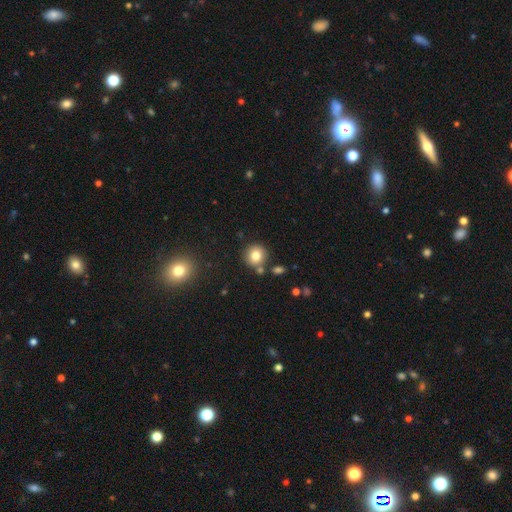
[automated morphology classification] Overall: smooth (79%). How rounded: round (90%). Merging: none (77%).